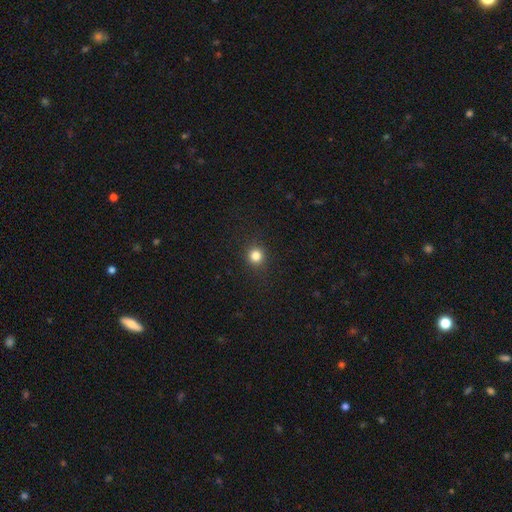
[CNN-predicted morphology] The model was most divided on "smooth or featured": smooth: 83%, star or artifact: 13%, featured or disk: 4%. More confident: how rounded — round (92%); merging — none (91%).